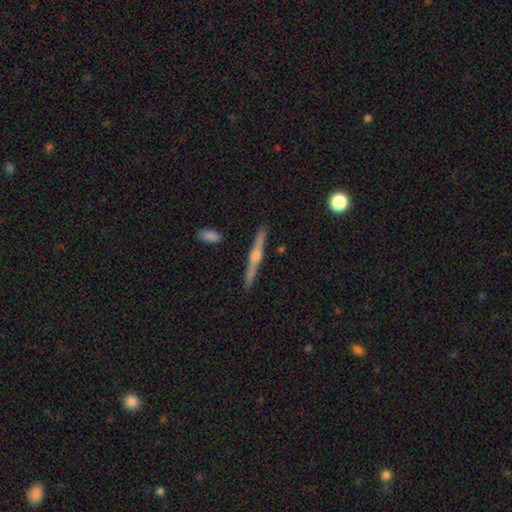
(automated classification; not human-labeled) smooth-or-featured: featured or disk: 77% | smooth: 17% | star or artifact: 6%
  disk-edge-on: yes: 97% | no: 3%
    edge-on-bulge: rounded: 90% | none: 7% | boxy: 4%
  merging: none: 89% | minor disturbance: 7% | merger: 2% | major disturbance: 2%